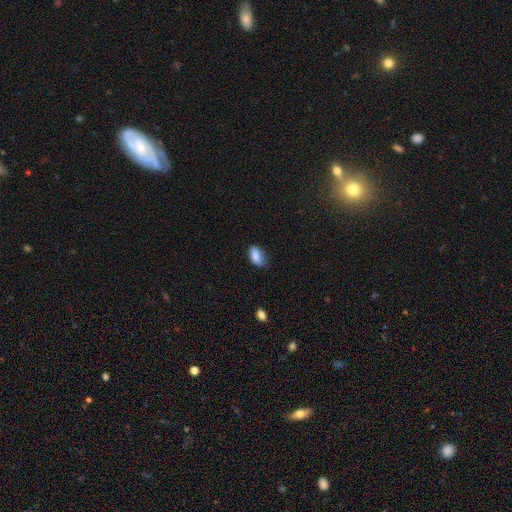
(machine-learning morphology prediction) Q: Smooth or featured?
A: smooth (85%); runner-up: star or artifact (8%)
Q: How rounded?
A: in between (91%); runner-up: cigar-shaped (5%)
Q: Merging?
A: none (63%); runner-up: minor disturbance (30%)